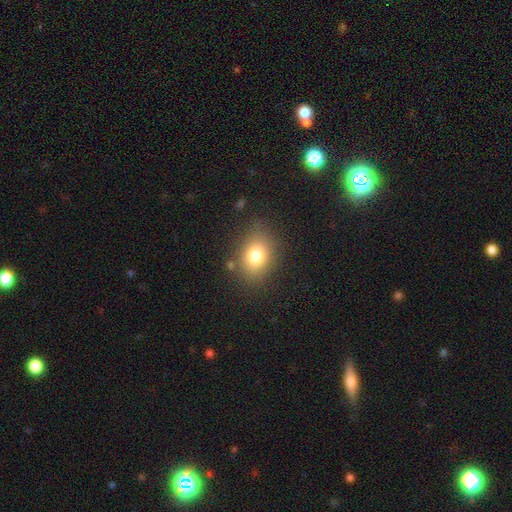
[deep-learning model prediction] A smooth galaxy with no disk features (79%) that is in between round and cigar-shaped (64%). Merging: none (81%).